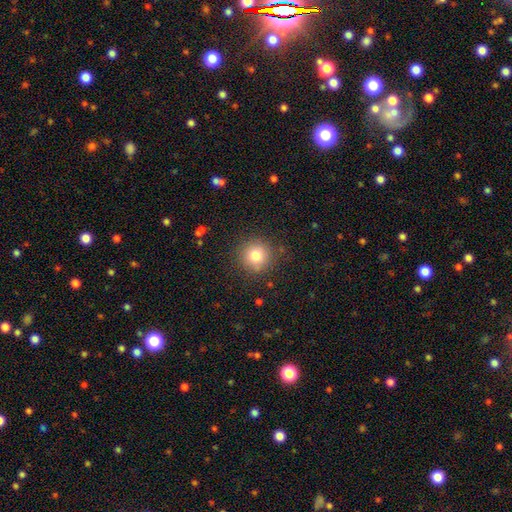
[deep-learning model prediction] Smooth or featured: smooth — 79% (star or artifact — 12%)
How rounded: round — 93% (in between — 6%)
Merging: none — 87% (minor disturbance — 9%)